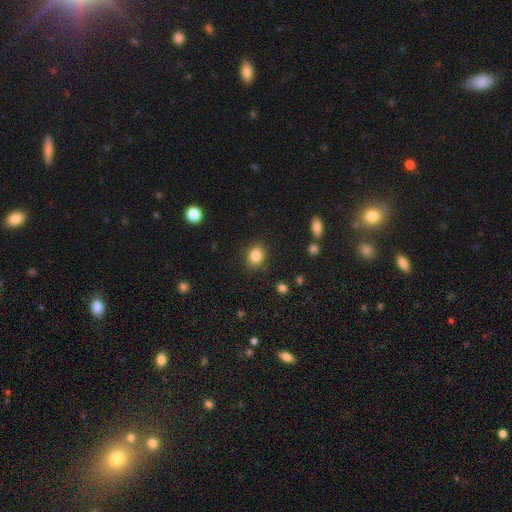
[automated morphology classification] This is clearly a smooth galaxy (85%). How rounded: possibly round (60%). Merging: clearly none (86%).